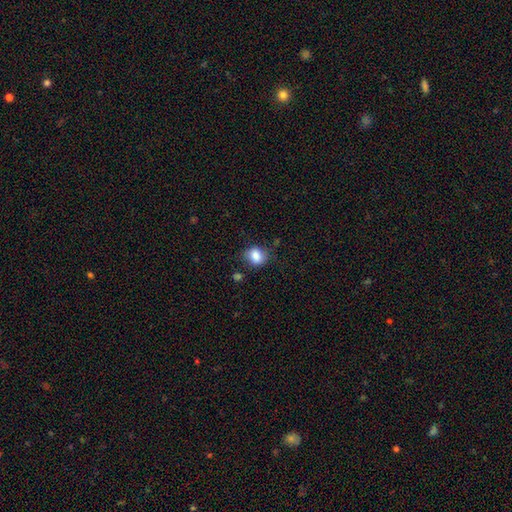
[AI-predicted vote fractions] Morphology: type=smooth (83%); roundness=round (58%); merging=none (71%).